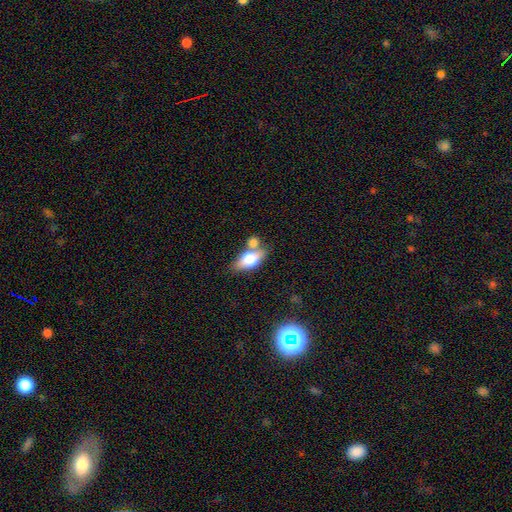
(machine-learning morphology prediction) The model was most divided on "smooth or featured": smooth: 53%, featured or disk: 35%, star or artifact: 12%. More confident: how rounded — in between (73%); merging — none (59%).